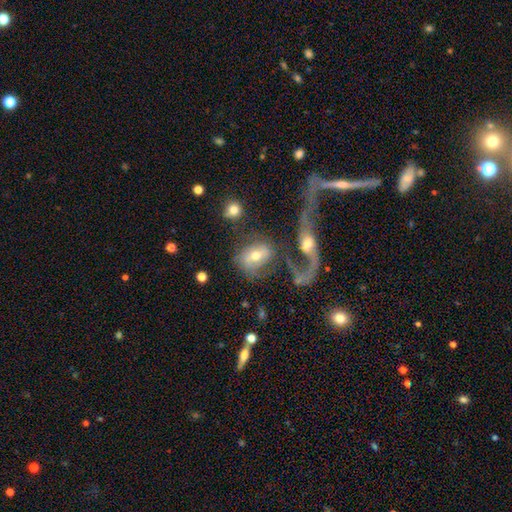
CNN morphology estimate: featured or disk 54%, smooth 37%, star or artifact 9%. Down the decision tree: edge-on disk — no (92%); merging — none (36%).